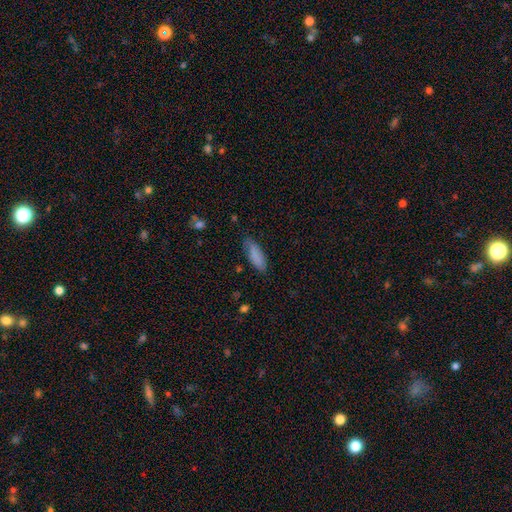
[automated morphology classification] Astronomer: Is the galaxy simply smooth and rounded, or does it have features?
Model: smooth — 83%.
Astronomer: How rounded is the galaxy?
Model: in between — 66%.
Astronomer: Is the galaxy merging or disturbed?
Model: none — 74%.